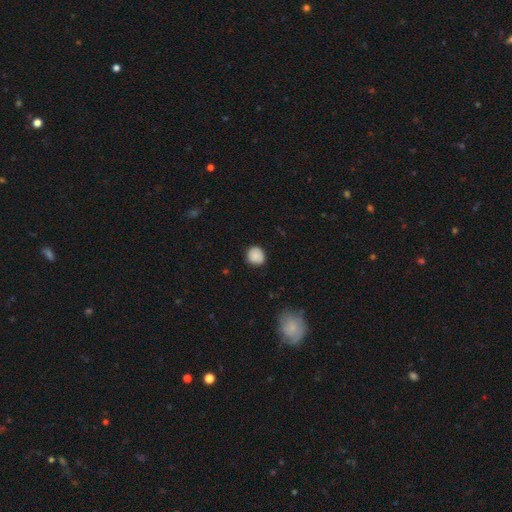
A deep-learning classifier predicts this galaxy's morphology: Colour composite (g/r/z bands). It shows a smooth galaxy with no disk features (86%) that is round (84%). Merging: none (81%).